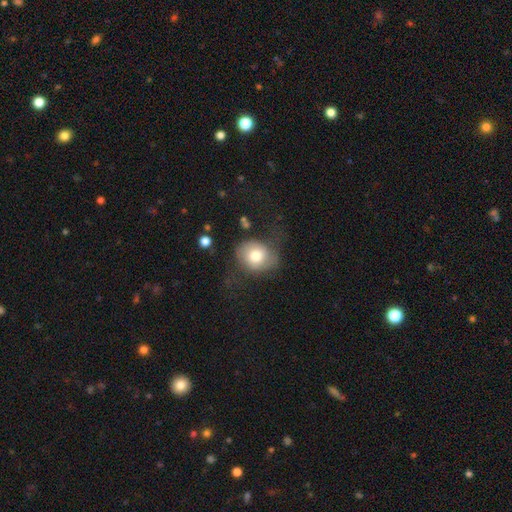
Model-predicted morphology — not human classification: Q: Smooth or featured?
A: smooth (69%); runner-up: featured or disk (22%)
Q: How rounded?
A: round (61%); runner-up: in between (38%)
Q: Merging?
A: none (52%); runner-up: minor disturbance (24%)